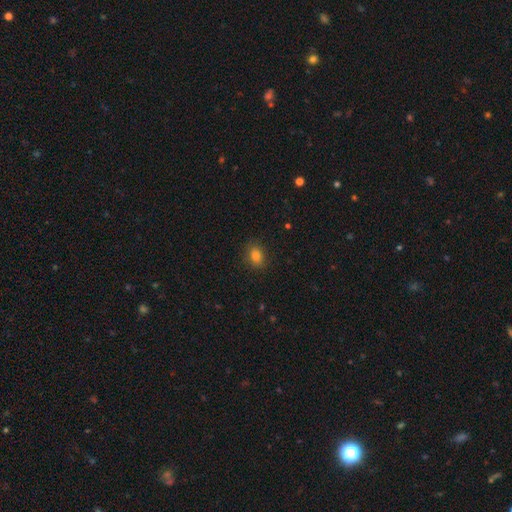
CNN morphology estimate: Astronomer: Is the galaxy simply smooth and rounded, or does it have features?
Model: smooth — 81%.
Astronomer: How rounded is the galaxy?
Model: in between — 63%.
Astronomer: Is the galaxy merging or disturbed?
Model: none — 86%.